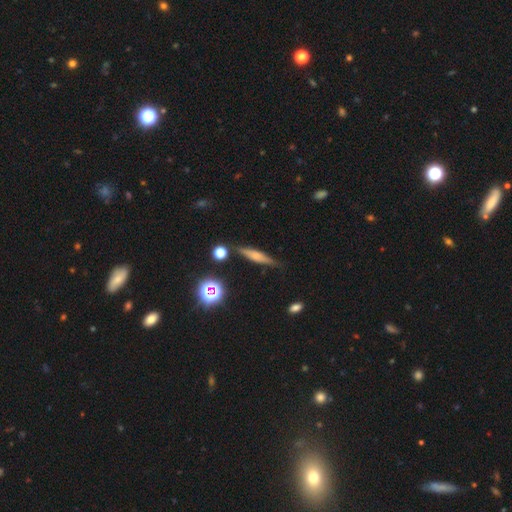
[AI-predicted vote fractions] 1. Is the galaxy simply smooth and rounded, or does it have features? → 47% smooth, 42% featured or disk, 11% star or artifact.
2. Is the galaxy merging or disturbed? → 82% none, 12% minor disturbance, 3% merger, 3% major disturbance.